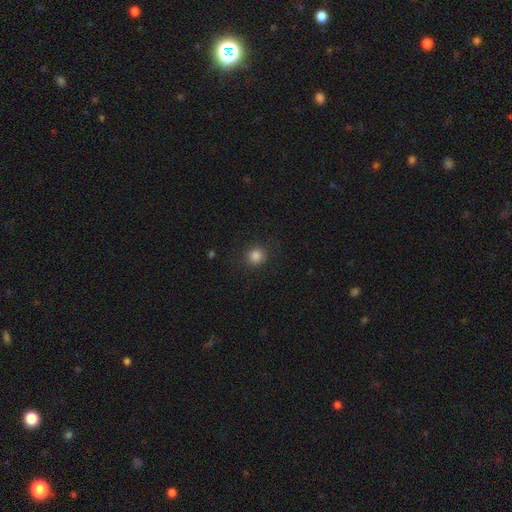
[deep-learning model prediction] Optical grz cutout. It shows a smooth galaxy with no disk features (84%) that is round (89%). Merging: none (87%).